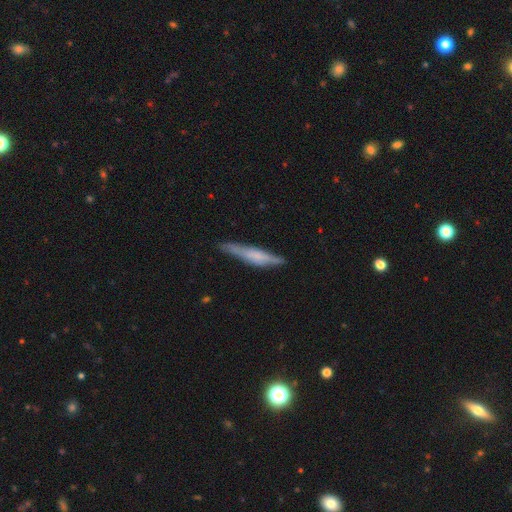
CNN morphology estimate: type=featured or disk (48%); merging=none (76%).